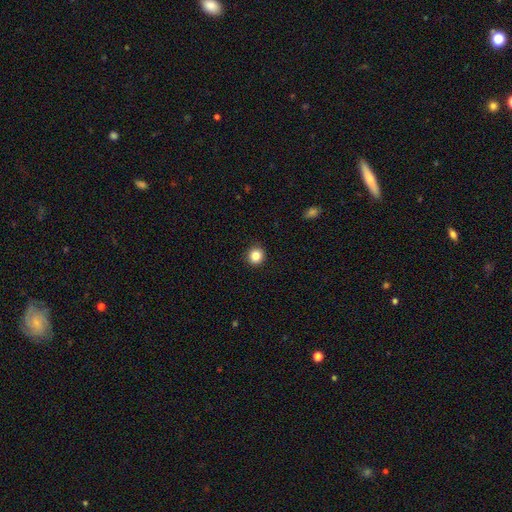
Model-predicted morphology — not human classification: A smooth galaxy with no disk features (85%) that is round (93%).

Vote fractions:
- Smooth or featured? smooth: 85% / star or artifact: 10% / featured or disk: 5%
- How rounded? round: 93% / in between: 6% / cigar-shaped: 1%
- Merging? none: 92% / minor disturbance: 5% / major disturbance: 2% / merger: 1%